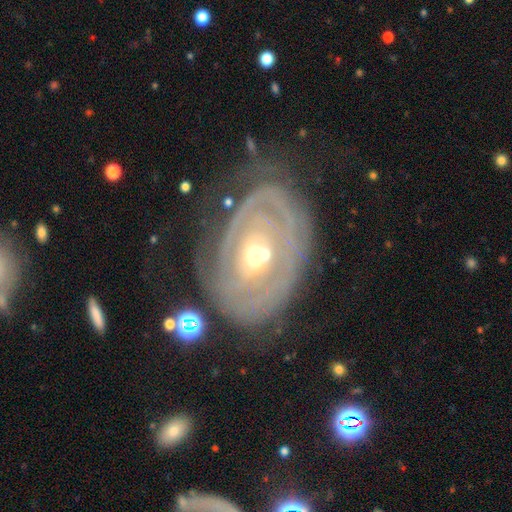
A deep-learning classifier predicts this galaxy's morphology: smooth_or_featured: featured or disk (p=0.84) [alt: smooth p=0.11]
disk_edge_on: no (p=0.95) [alt: yes p=0.05]
bar: no (p=0.66) [alt: weak p=0.24]
has_spiral_arms: yes (p=0.81) [alt: no p=0.19]
spiral_winding: tight (p=0.80) [alt: medium p=0.15]
spiral_arm_count: can't tell (p=0.48) [alt: 2 p=0.21]
bulge_size: moderate (p=0.50) [alt: small p=0.45]
merging: none (p=0.67) [alt: minor disturbance p=0.19]